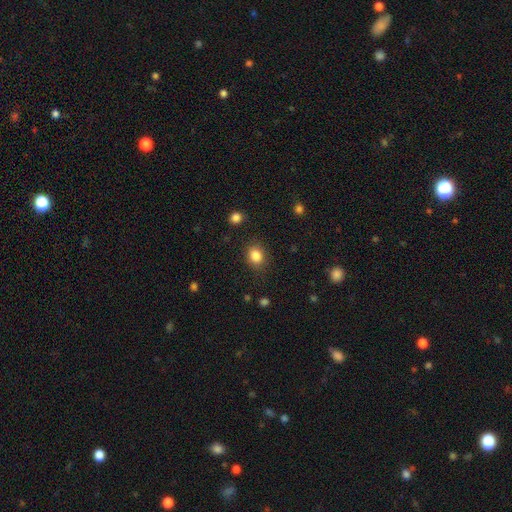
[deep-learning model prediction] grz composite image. It shows a smooth galaxy with no disk features (84%) that is round (54%). Merging: none (83%).